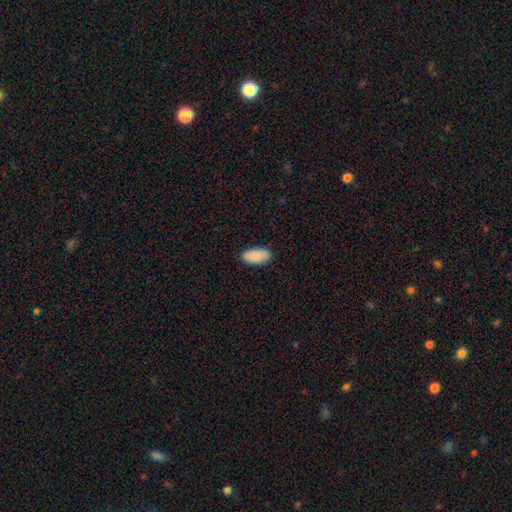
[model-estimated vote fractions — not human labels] Smooth or featured?
  - smooth: 88% *
  - featured or disk: 6%
  - star or artifact: 6%
How rounded?
  - in between: 95% *
  - cigar-shaped: 3%
  - round: 2%
Merging?
  - none: 87% *
  - minor disturbance: 10%
  - major disturbance: 2%
  - merger: 1%